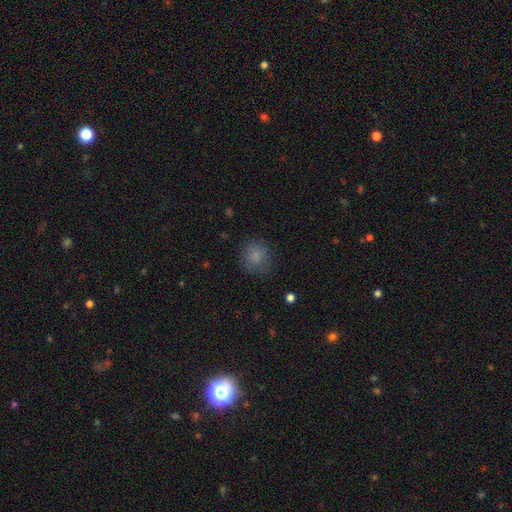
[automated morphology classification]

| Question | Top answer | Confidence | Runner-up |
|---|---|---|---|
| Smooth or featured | smooth | 81% | star or artifact (11%) |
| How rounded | round | 84% | in between (15%) |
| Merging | none | 71% | minor disturbance (19%) |